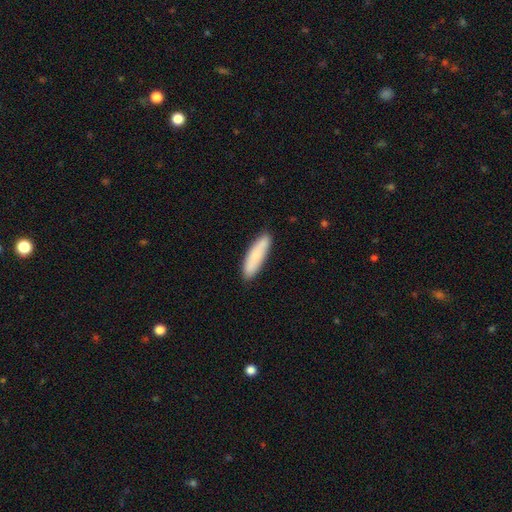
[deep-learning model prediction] Smooth or featured?
  - smooth: 80% *
  - featured or disk: 14%
  - star or artifact: 6%
How rounded?
  - cigar-shaped: 68% *
  - in between: 31%
  - round: 2%
Merging?
  - none: 85% *
  - minor disturbance: 11%
  - major disturbance: 2%
  - merger: 2%